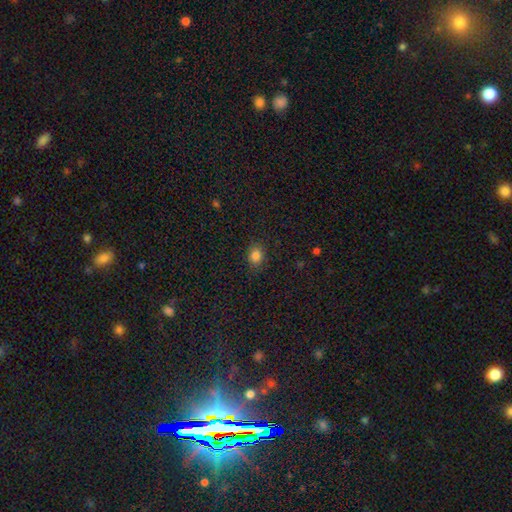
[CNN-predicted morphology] Smooth or featured: smooth — 83% (star or artifact — 12%)
How rounded: in between — 52% (round — 47%)
Merging: none — 85% (minor disturbance — 11%)